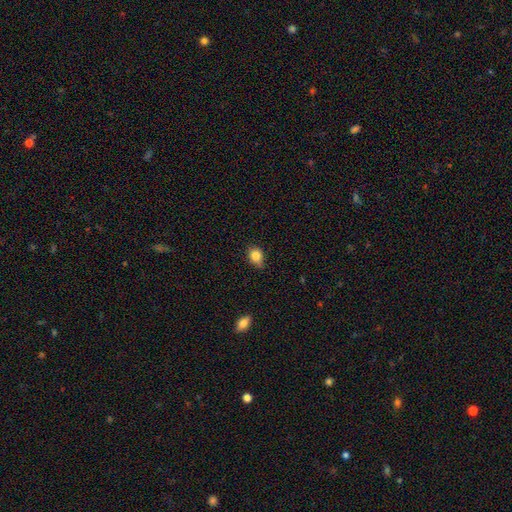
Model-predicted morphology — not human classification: Smooth or featured?
  - smooth: 83% *
  - star or artifact: 10%
  - featured or disk: 7%
How rounded?
  - round: 53% *
  - in between: 46%
  - cigar-shaped: 1%
Merging?
  - none: 66% *
  - minor disturbance: 28%
  - major disturbance: 4%
  - merger: 1%